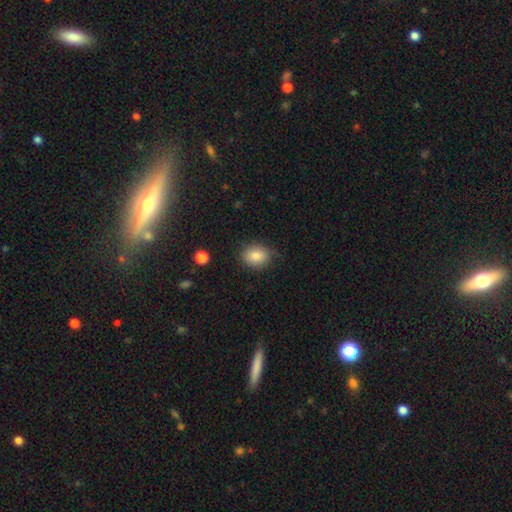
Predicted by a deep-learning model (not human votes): A smooth galaxy with no disk features (85%) that is in between round and cigar-shaped (50%).

Vote fractions:
- Smooth or featured? smooth: 85% / star or artifact: 9% / featured or disk: 7%
- How rounded? in between: 50% / round: 49% / cigar-shaped: 1%
- Merging? none: 79% / minor disturbance: 16% / major disturbance: 4% / merger: 1%